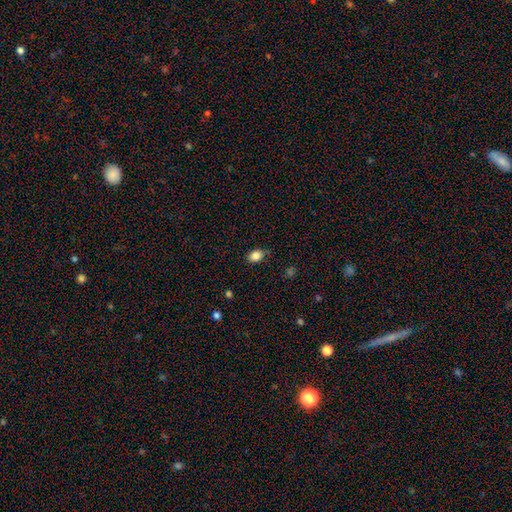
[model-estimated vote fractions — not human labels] Morphology: type=smooth (85%); roundness=in between (72%); merging=none (75%).